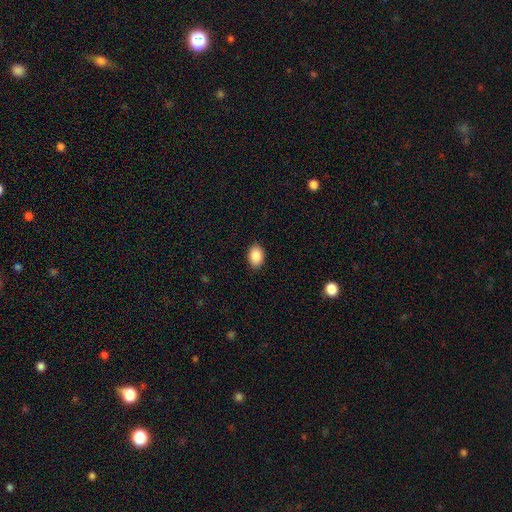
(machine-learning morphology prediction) This appears to be a smooth galaxy with no disk features (88%) that is in between round and cigar-shaped (83%). Merging: none (89%).